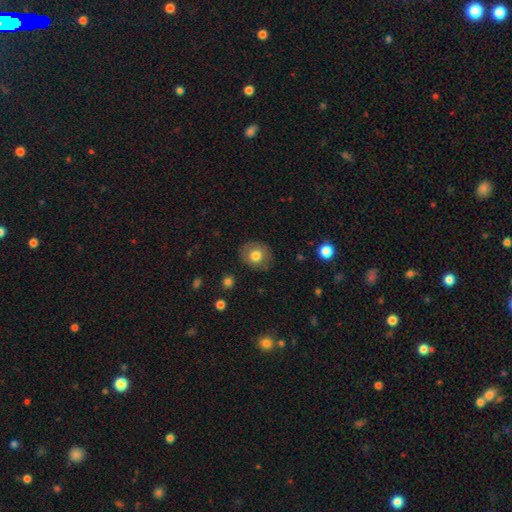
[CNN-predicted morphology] Smooth or featured: smooth — 76% (featured or disk — 15%)
How rounded: round — 77% (in between — 22%)
Merging: none — 85% (minor disturbance — 11%)